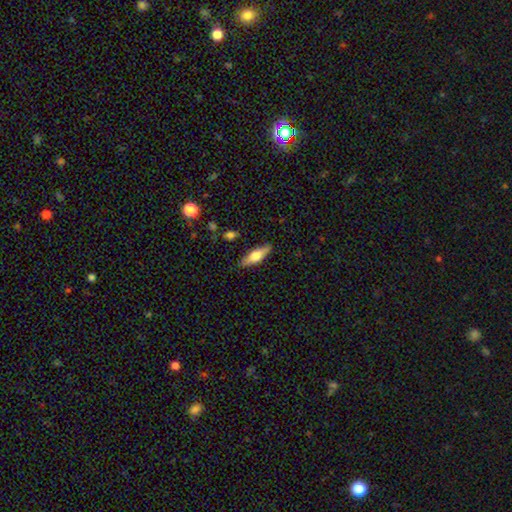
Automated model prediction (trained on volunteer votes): Q: Smooth or featured?
A: smooth (56%); runner-up: featured or disk (38%)
Q: How rounded?
A: in between (52%); runner-up: cigar-shaped (46%)
Q: Merging?
A: none (86%); runner-up: minor disturbance (10%)